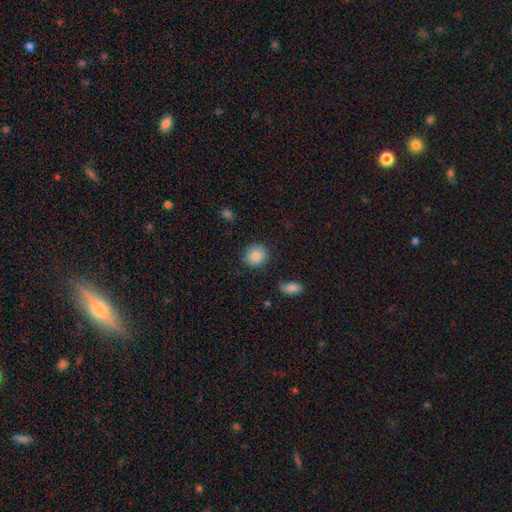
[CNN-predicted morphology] This appears to be a smooth galaxy with no disk features (82%) that is round (87%). Merging: none (87%).